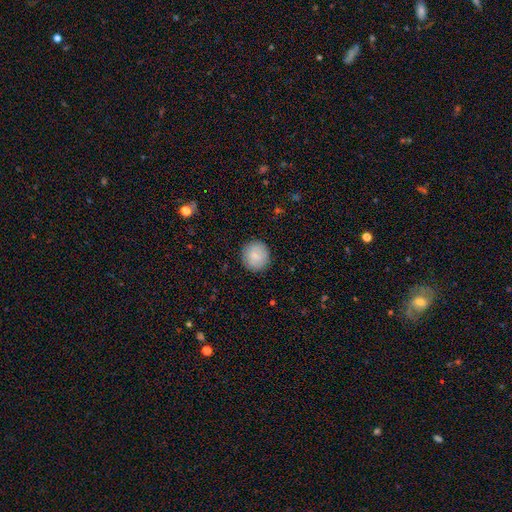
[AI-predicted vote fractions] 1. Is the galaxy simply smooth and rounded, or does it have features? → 81% smooth, 12% featured or disk, 7% star or artifact.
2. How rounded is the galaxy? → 91% round, 8% in between, 1% cigar-shaped.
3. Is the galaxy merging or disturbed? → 89% none, 8% minor disturbance, 2% major disturbance, 1% merger.